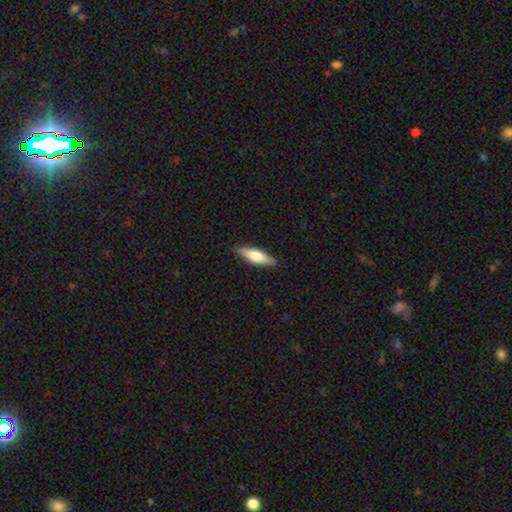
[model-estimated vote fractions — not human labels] Overall: smooth (60%; featured or disk 34%). How rounded: cigar-shaped (60%; in between 38%). Merging: none (90%).